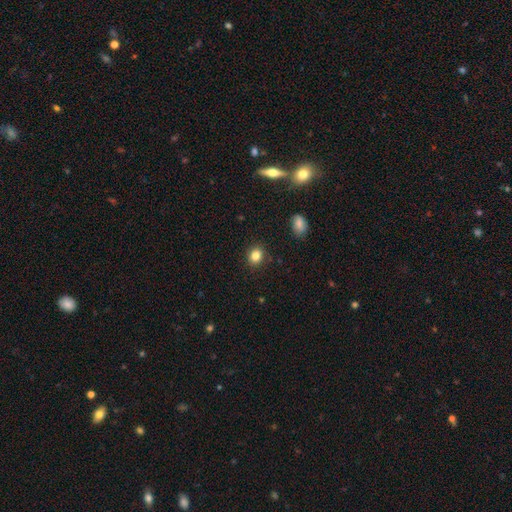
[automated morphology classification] Smooth or featured?
  - smooth: 83% *
  - star or artifact: 11%
  - featured or disk: 5%
How rounded?
  - round: 69% *
  - in between: 30%
  - cigar-shaped: 1%
Merging?
  - none: 89% *
  - minor disturbance: 7%
  - major disturbance: 2%
  - merger: 1%